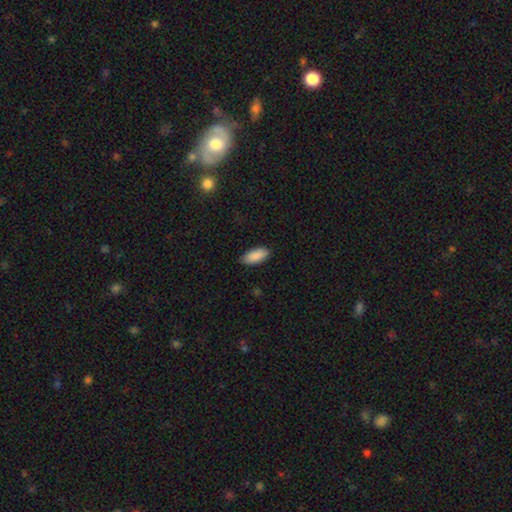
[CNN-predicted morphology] Smooth or featured? smooth (90%)
How rounded? in between (88%)
Merging? none (86%)